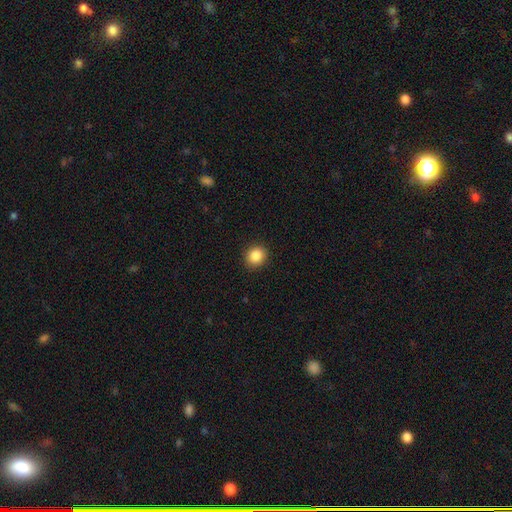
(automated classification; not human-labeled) This is clearly a smooth galaxy (87%). How rounded: likely round (76%). Merging: clearly none (90%).